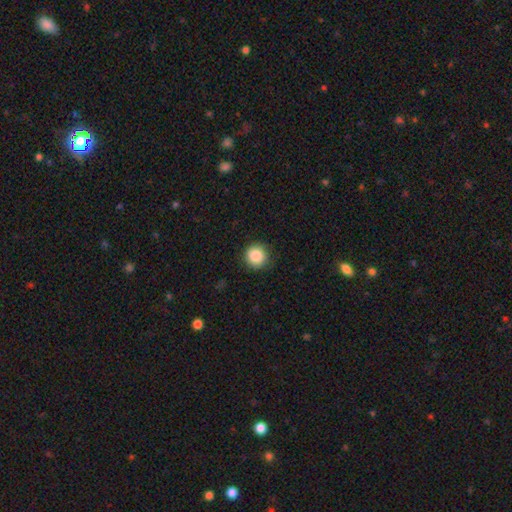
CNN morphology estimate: Q: Smooth or featured?
A: smooth (87%); runner-up: star or artifact (9%)
Q: How rounded?
A: round (94%); runner-up: in between (5%)
Q: Merging?
A: none (88%); runner-up: minor disturbance (9%)